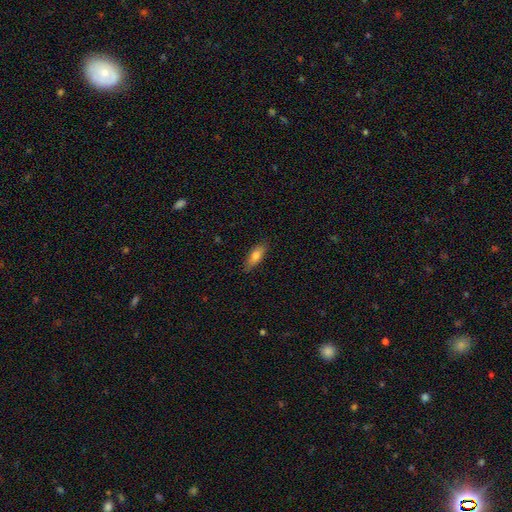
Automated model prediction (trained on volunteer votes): This is likely a smooth galaxy (77%). How rounded: likely in between (66%). Merging: clearly none (83%).